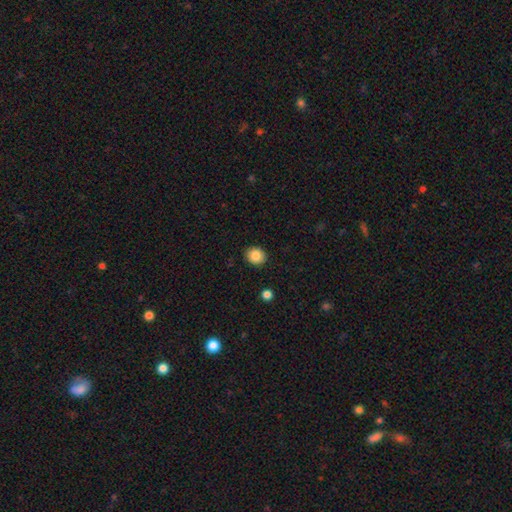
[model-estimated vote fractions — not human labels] smooth_or_featured: smooth (p=0.86) [alt: star or artifact p=0.09]
how_rounded: round (p=0.71) [alt: in between p=0.28]
merging: none (p=0.91) [alt: minor disturbance p=0.06]